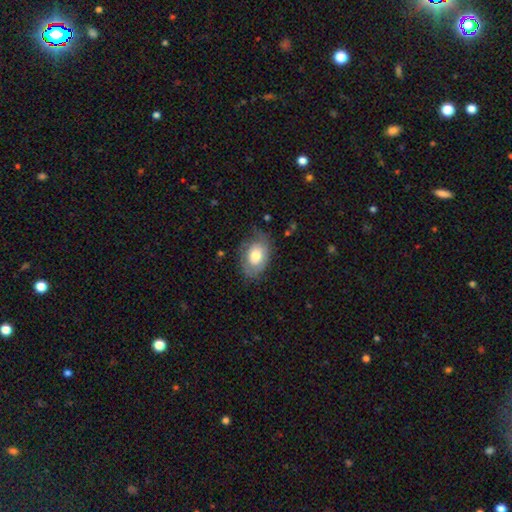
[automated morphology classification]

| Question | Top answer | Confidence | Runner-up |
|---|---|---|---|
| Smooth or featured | smooth | 65% | featured or disk (28%) |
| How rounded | in between | 82% | round (17%) |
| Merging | none | 62% | minor disturbance (26%) |